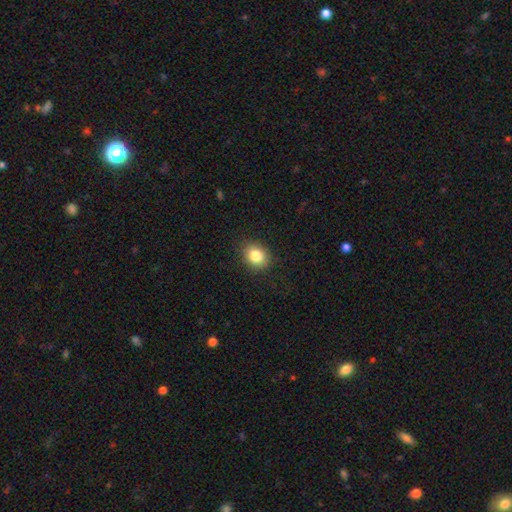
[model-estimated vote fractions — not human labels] This is clearly a smooth galaxy (84%). How rounded: possibly round (57%). Merging: clearly none (88%).